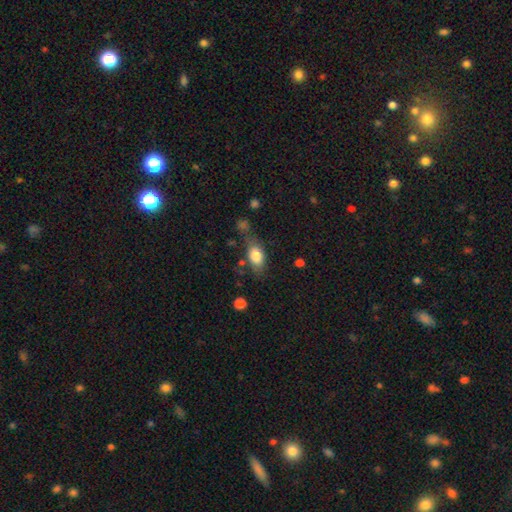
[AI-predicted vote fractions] A smooth galaxy with no disk features (80%) that is in between round and cigar-shaped (85%). Merging: none (56%).